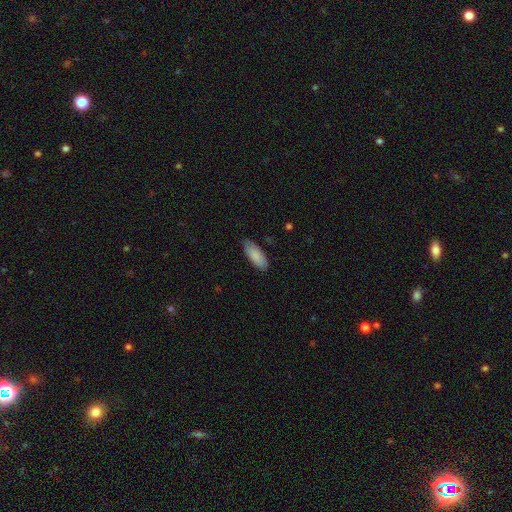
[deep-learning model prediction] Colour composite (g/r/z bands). It shows a smooth galaxy with no disk features (87%) that is in between round and cigar-shaped (80%). Merging: none (81%).